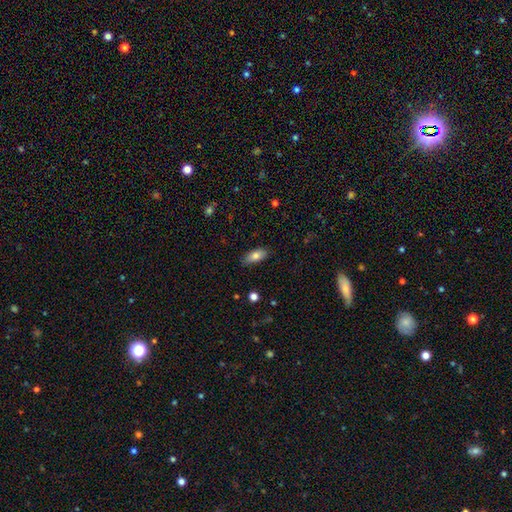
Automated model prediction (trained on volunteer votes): This is clearly a smooth galaxy (80%). How rounded: clearly in between (85%). Merging: clearly none (83%).